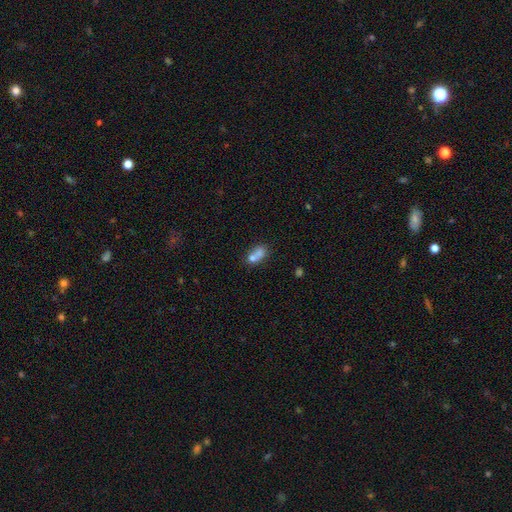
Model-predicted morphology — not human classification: type=smooth (71%); roundness=in between (68%); merging=merger (55%).